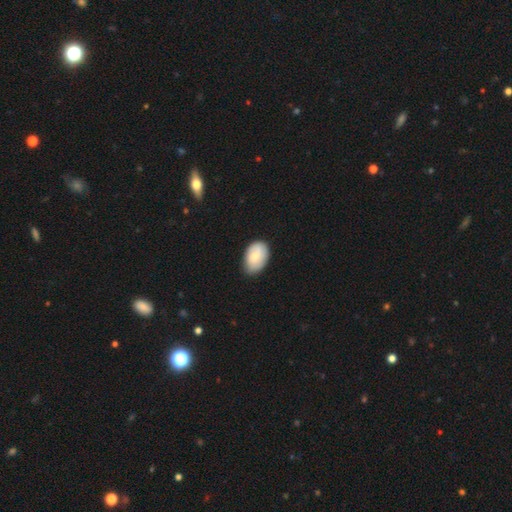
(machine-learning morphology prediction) Smooth or featured: smooth — 74% (featured or disk — 21%)
How rounded: in between — 88% (round — 11%)
Merging: none — 74% (minor disturbance — 22%)